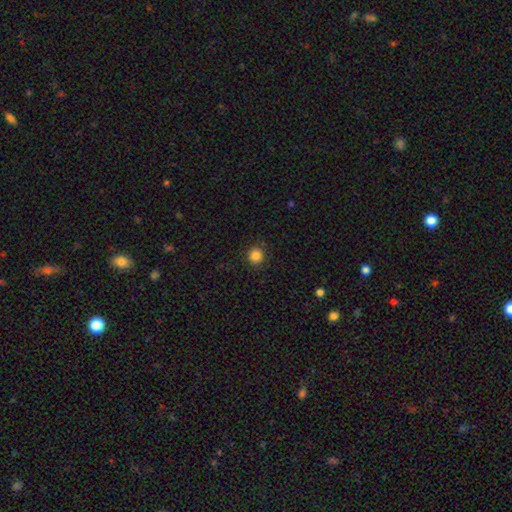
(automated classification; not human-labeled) Smooth or featured? smooth (85%)
How rounded? round (92%)
Merging? none (88%)